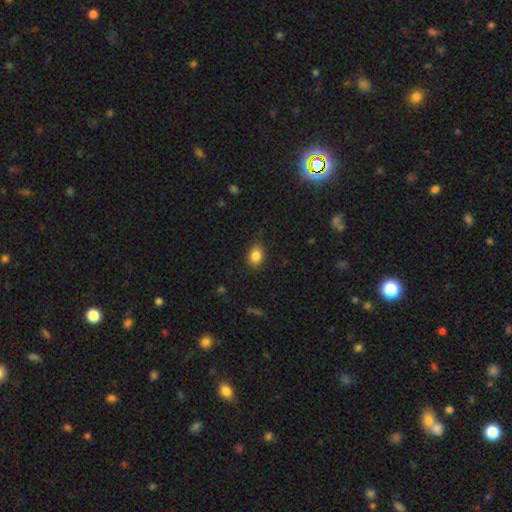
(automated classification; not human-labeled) Smooth or featured?
  - smooth: 85% *
  - star or artifact: 9%
  - featured or disk: 6%
How rounded?
  - in between: 63% *
  - round: 36%
  - cigar-shaped: 1%
Merging?
  - none: 82% *
  - minor disturbance: 14%
  - major disturbance: 3%
  - merger: 1%